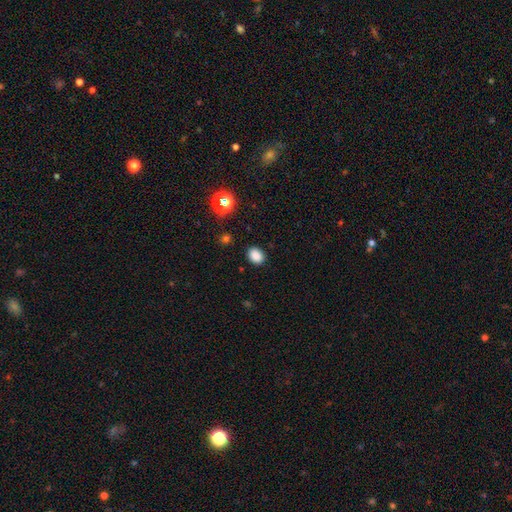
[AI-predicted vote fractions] smooth_or_featured: smooth (p=0.85) [alt: star or artifact p=0.12]
how_rounded: in between (p=0.66) [alt: round p=0.33]
merging: none (p=0.88) [alt: minor disturbance p=0.08]